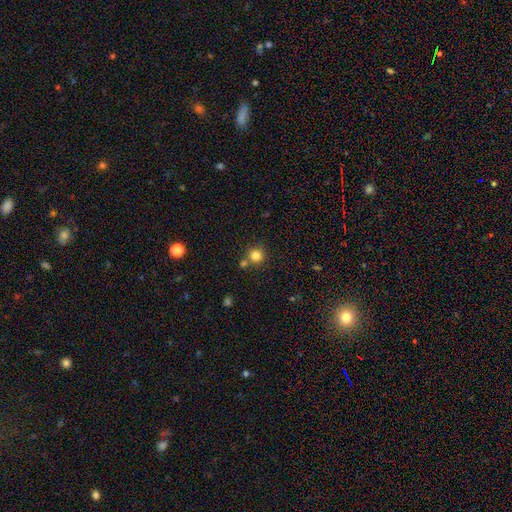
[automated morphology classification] This appears to be a smooth galaxy with no disk features (82%) that is round (94%). Merging: none (74%).